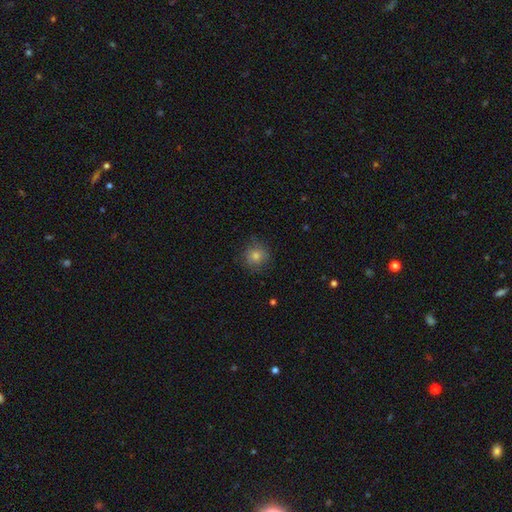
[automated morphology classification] Q: Smooth or featured?
A: smooth (70%); runner-up: star or artifact (15%)
Q: How rounded?
A: round (91%); runner-up: in between (8%)
Q: Merging?
A: none (80%); runner-up: minor disturbance (14%)